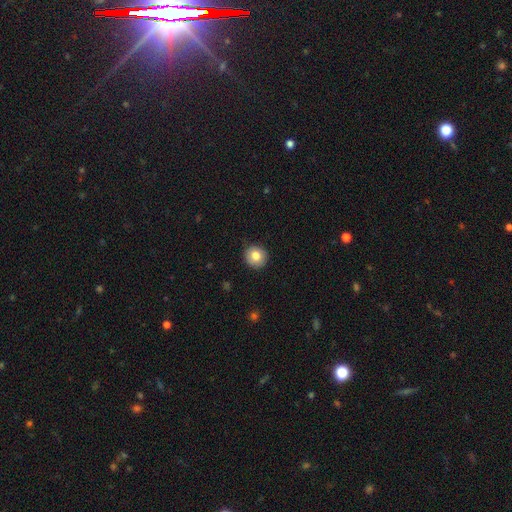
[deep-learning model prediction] smooth_or_featured: smooth (p=0.81) [alt: featured or disk p=0.10]
how_rounded: round (p=0.91) [alt: in between p=0.08]
merging: none (p=0.88) [alt: minor disturbance p=0.09]